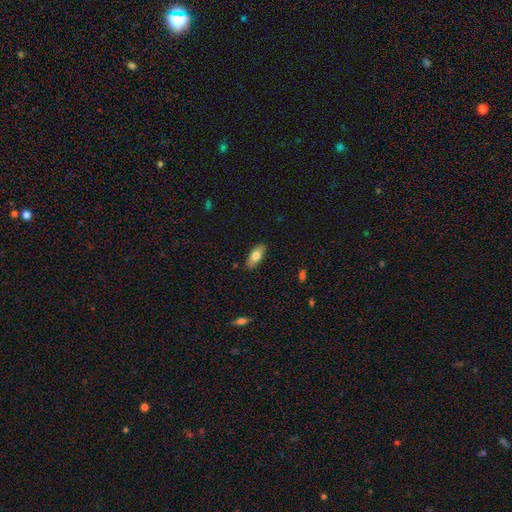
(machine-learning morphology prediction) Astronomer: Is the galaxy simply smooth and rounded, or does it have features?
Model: smooth — 74%.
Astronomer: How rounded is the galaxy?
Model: in between — 81%.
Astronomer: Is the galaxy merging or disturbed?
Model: none — 88%.